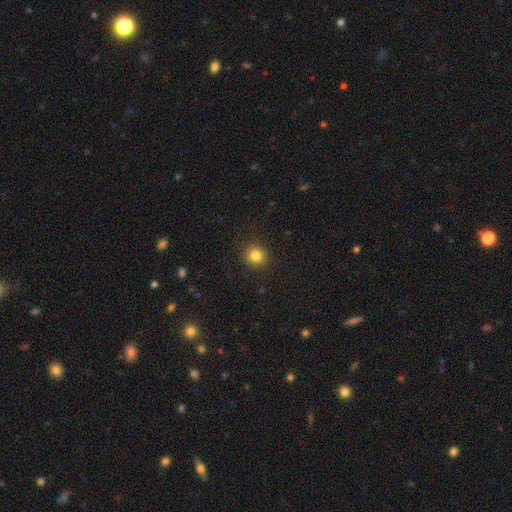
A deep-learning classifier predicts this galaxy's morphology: smooth 83%, star or artifact 11%, featured or disk 6%. Down the decision tree: how rounded — round (88%); merging — none (91%).